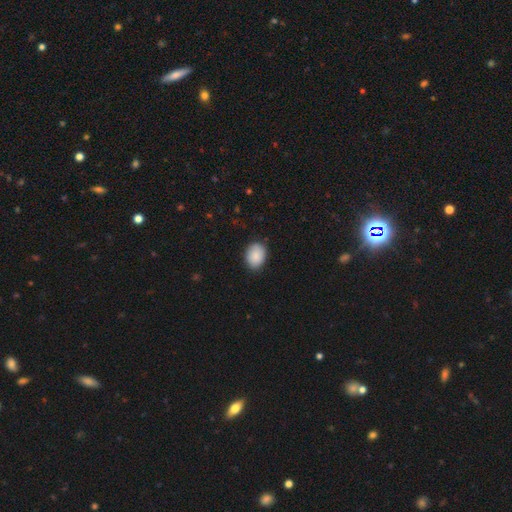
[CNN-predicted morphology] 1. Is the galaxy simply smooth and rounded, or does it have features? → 88% smooth, 7% star or artifact, 5% featured or disk.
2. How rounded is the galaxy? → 66% in between, 33% round, 1% cigar-shaped.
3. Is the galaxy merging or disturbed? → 83% none, 13% minor disturbance, 2% major disturbance, 1% merger.